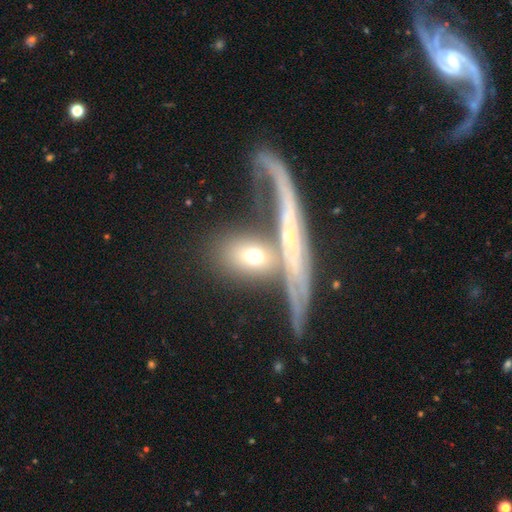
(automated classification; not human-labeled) smooth-or-featured: featured or disk: 68% | smooth: 21% | star or artifact: 11%
  disk-edge-on: yes: 68% | no: 32%
  merging: none: 42% | merger: 33% | minor disturbance: 15% | major disturbance: 10%